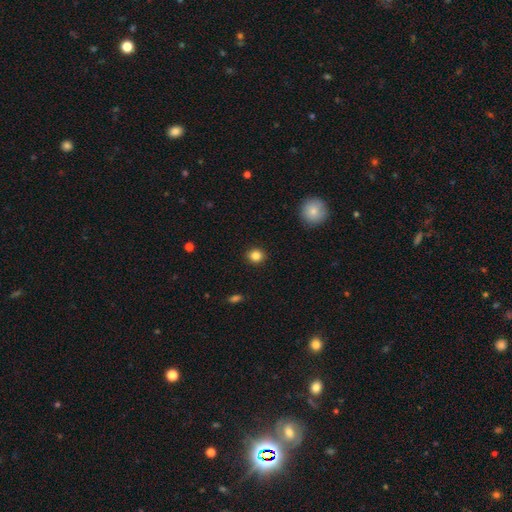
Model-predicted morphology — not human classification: A smooth galaxy with no disk features (84%) that is round (86%). Merging: none (91%).